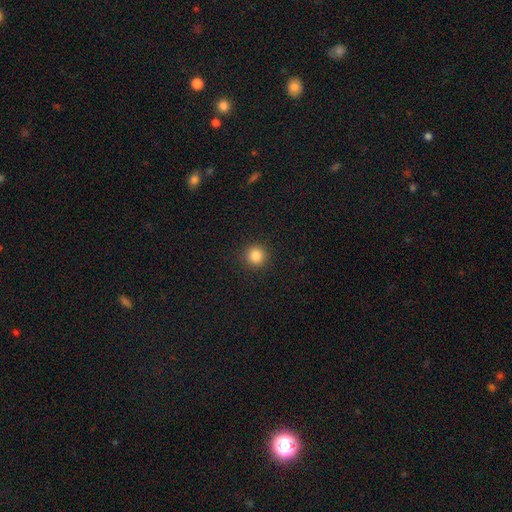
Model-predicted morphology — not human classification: smooth_or_featured: smooth (p=0.85) [alt: star or artifact p=0.11]
how_rounded: round (p=0.94) [alt: in between p=0.05]
merging: none (p=0.92) [alt: minor disturbance p=0.05]